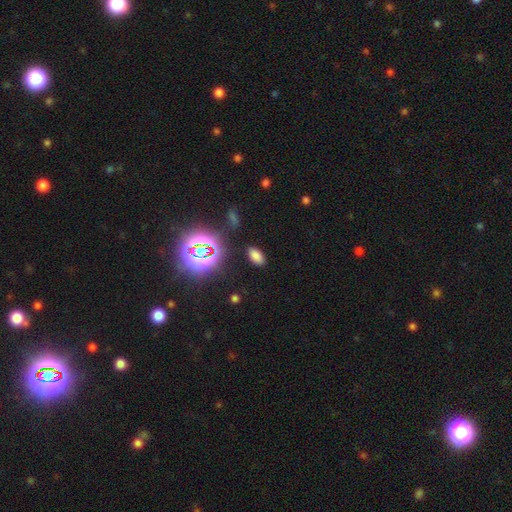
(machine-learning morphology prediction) Smooth or featured? Predicted: smooth (p=0.72). How rounded? Predicted: in between (p=0.91). Merging? Predicted: none (p=0.87).